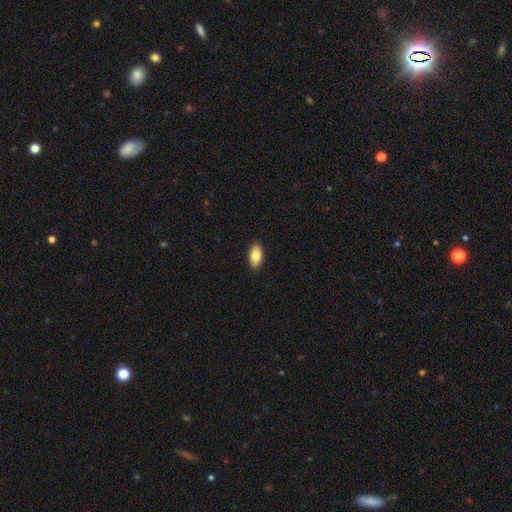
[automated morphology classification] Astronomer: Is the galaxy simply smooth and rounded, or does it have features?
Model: smooth — 83%.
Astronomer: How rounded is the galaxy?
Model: in between — 93%.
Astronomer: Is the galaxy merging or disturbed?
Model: none — 91%.